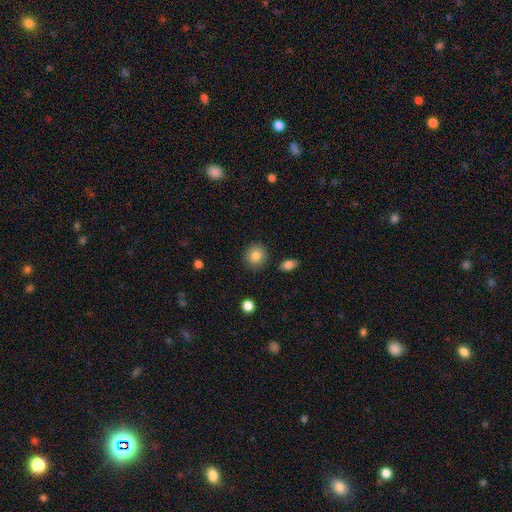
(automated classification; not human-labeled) Overall: smooth (82%). How rounded: round (90%). Merging: none (89%).